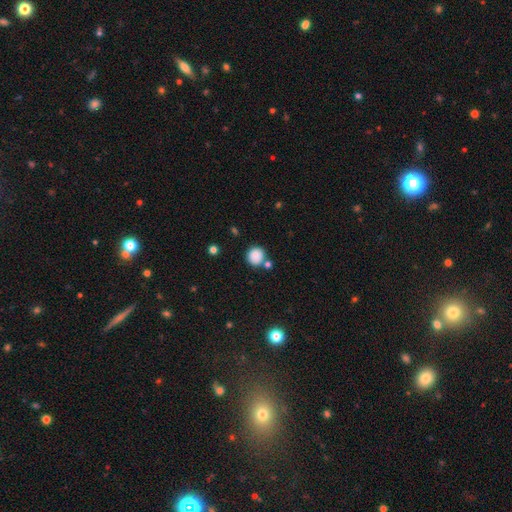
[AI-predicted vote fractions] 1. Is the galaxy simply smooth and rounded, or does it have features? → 86% smooth, 9% star or artifact, 5% featured or disk.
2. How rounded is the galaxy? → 87% round, 12% in between, 1% cigar-shaped.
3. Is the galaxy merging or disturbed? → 71% none, 14% merger, 12% minor disturbance, 4% major disturbance.